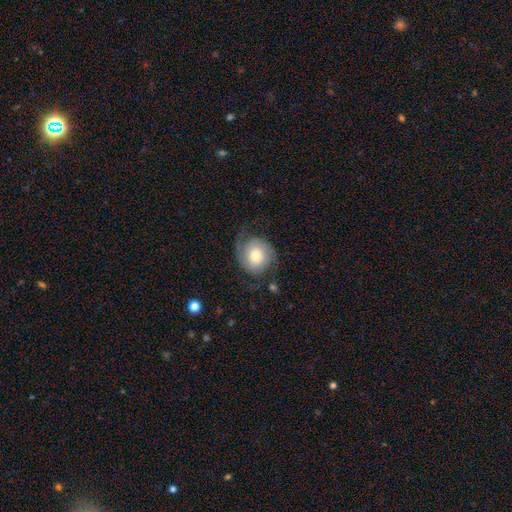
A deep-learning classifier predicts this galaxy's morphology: Smooth or featured? featured or disk (60%)
Edge-on disk? no (98%)
Bar? no (74%)
Spiral arms? yes (91%)
Spiral winding? medium (40%)
Spiral arm count? 2 (86%)
Bulge size? moderate (62%)
Merging? none (66%)